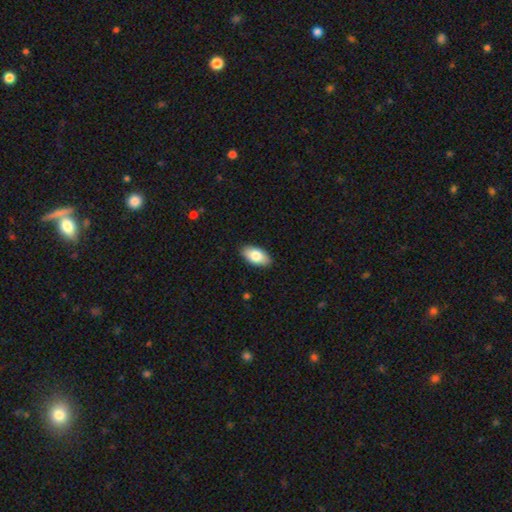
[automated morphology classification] The model was most divided on "smooth or featured": smooth: 82%, featured or disk: 12%, star or artifact: 6%. More confident: how rounded — in between (94%); merging — none (88%).